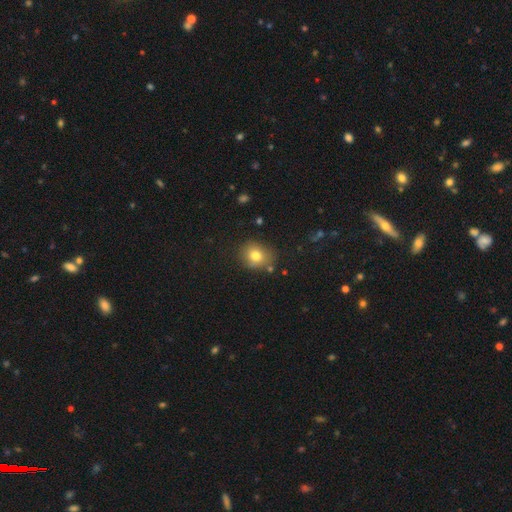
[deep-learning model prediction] Smooth or featured? smooth (77%)
How rounded? round (68%)
Merging? none (77%)